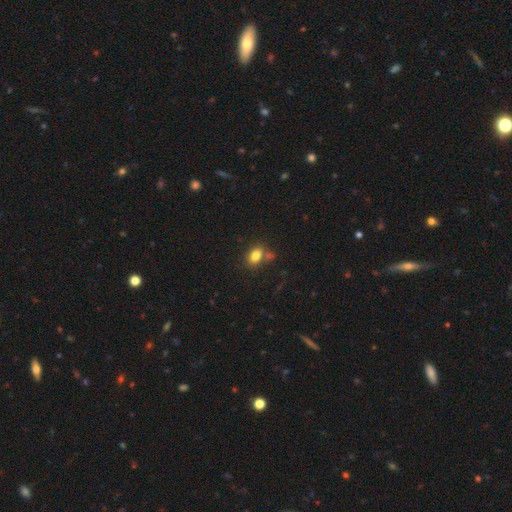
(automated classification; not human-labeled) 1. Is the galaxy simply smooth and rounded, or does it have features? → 82% smooth, 10% star or artifact, 8% featured or disk.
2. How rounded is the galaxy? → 77% in between, 21% round, 2% cigar-shaped.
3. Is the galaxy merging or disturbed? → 66% none, 16% merger, 13% minor disturbance, 4% major disturbance.